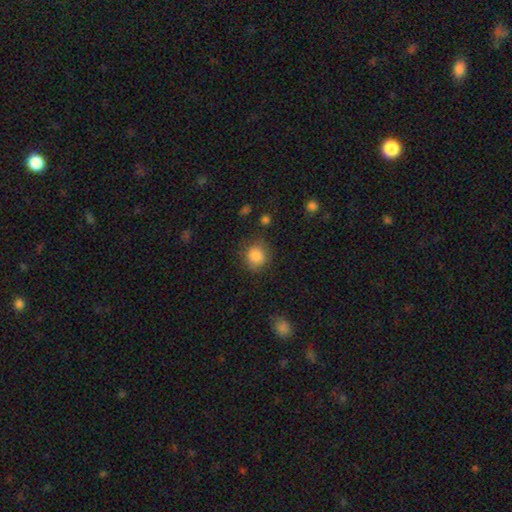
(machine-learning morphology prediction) smooth 86%, star or artifact 9%, featured or disk 5%. Down the decision tree: how rounded — round (81%); merging — none (77%).